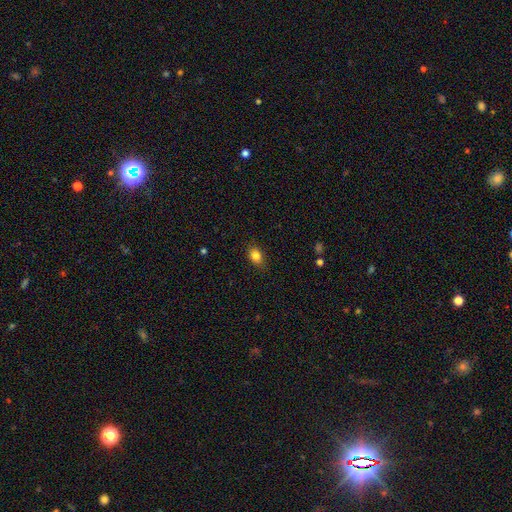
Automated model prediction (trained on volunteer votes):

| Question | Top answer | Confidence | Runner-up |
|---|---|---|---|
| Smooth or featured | smooth | 83% | star or artifact (10%) |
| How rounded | in between | 72% | round (26%) |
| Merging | none | 84% | minor disturbance (12%) |